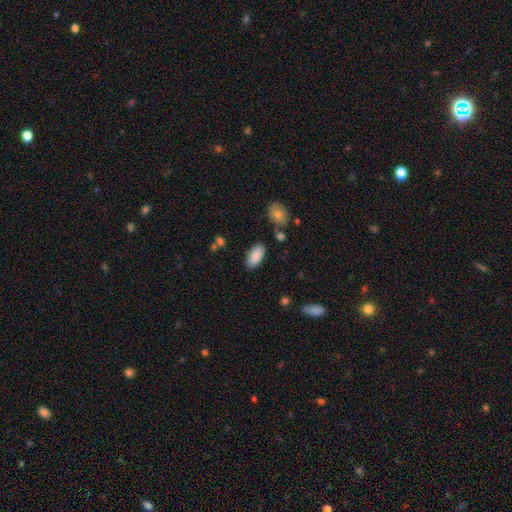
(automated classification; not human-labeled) Smooth or featured? Predicted: smooth (p=0.87). How rounded? Predicted: in between (p=0.93). Merging? Predicted: none (p=0.83).